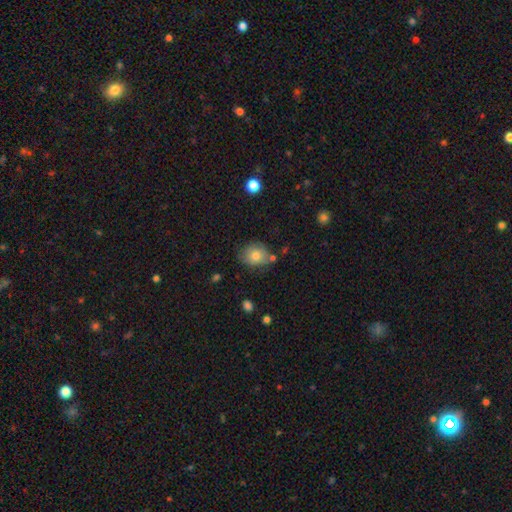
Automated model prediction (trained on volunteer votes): Q: Smooth or featured?
A: smooth (80%); runner-up: featured or disk (11%)
Q: How rounded?
A: round (72%); runner-up: in between (27%)
Q: Merging?
A: none (70%); runner-up: minor disturbance (19%)